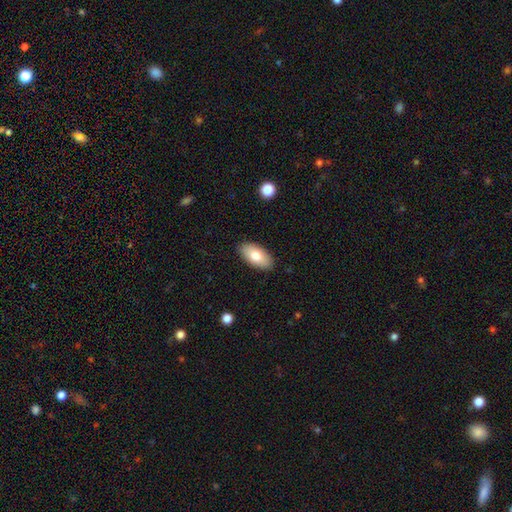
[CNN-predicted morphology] Q: Smooth or featured?
A: smooth (78%); runner-up: featured or disk (15%)
Q: How rounded?
A: in between (94%); runner-up: cigar-shaped (3%)
Q: Merging?
A: none (88%); runner-up: minor disturbance (9%)